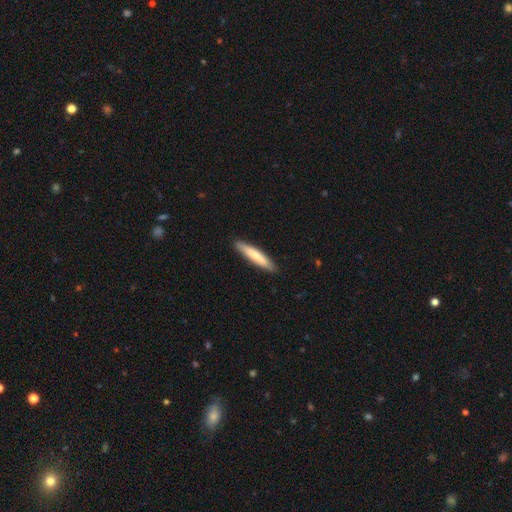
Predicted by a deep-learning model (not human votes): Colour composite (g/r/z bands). It shows a smooth galaxy with no disk features (74%) that is cigar-shaped (91%). Merging: none (90%).